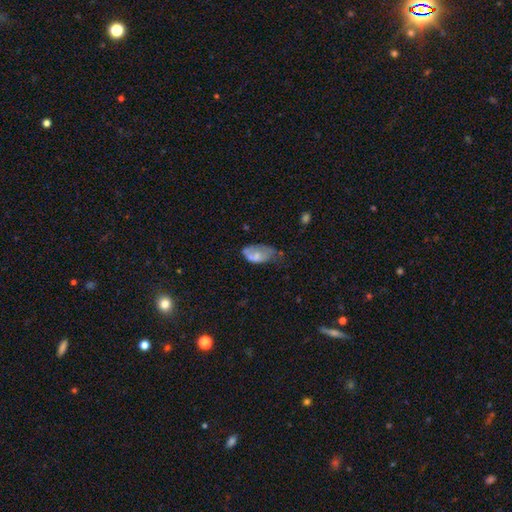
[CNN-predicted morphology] smooth 63%, featured or disk 28%, star or artifact 8%. Down the decision tree: how rounded — in between (93%); merging — minor disturbance (38%).